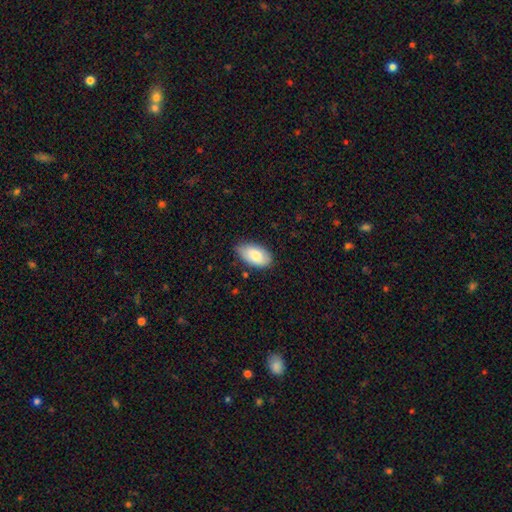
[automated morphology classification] Smooth or featured? Predicted: smooth (p=0.82). How rounded? Predicted: in between (p=0.95). Merging? Predicted: none (p=0.74).